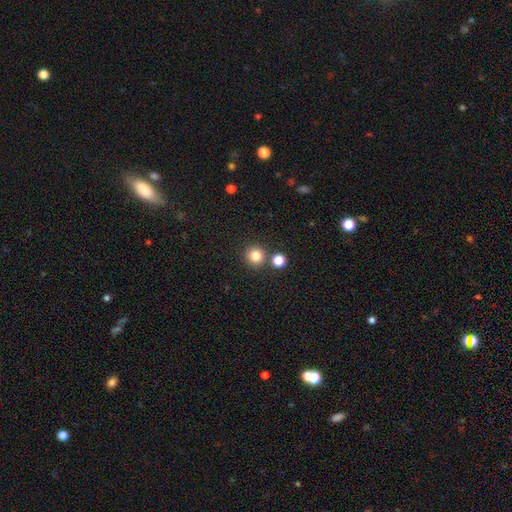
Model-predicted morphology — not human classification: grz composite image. It shows a smooth galaxy with no disk features (83%) that is round (94%). Merging: none (82%).